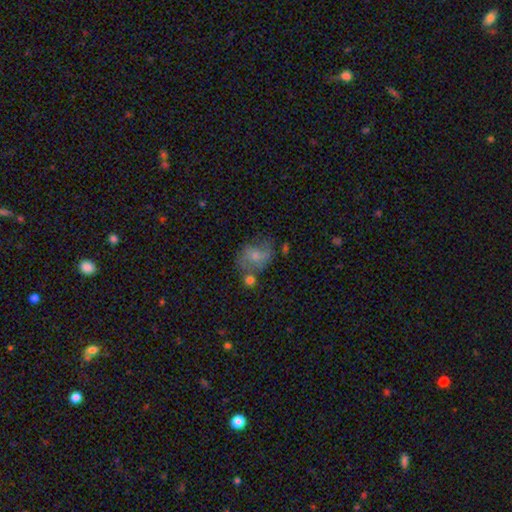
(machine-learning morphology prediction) Overall: smooth (49%; featured or disk 41%). Merging: none (41%; minor disturbance 24%).